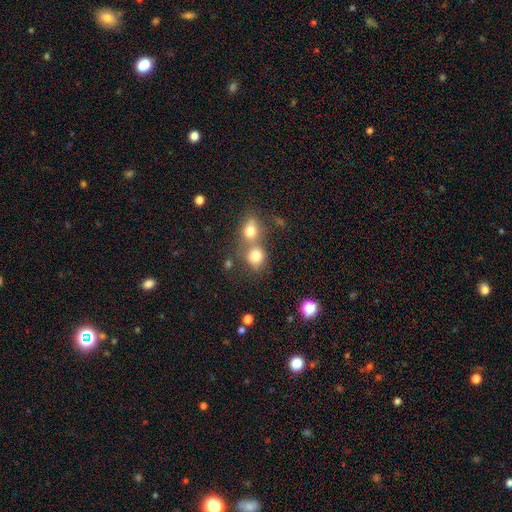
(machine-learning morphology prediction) smooth 78%, star or artifact 13%, featured or disk 10%. Down the decision tree: how rounded — round (74%); merging — merger (48%).